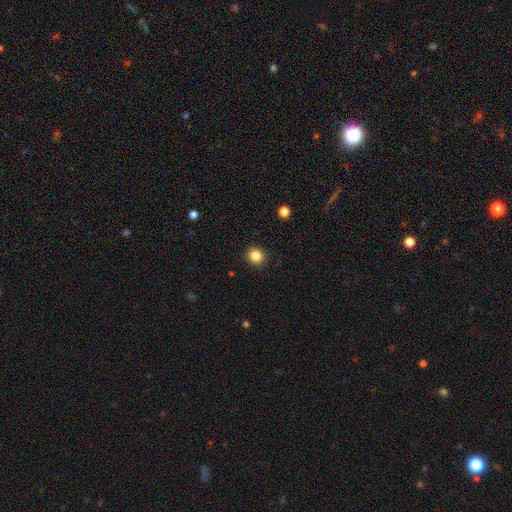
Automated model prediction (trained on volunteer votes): smooth-or-featured: smooth: 85% | star or artifact: 11% | featured or disk: 4%
  how-rounded: round: 89% | in between: 10% | cigar-shaped: 1%
  merging: none: 91% | minor disturbance: 6% | major disturbance: 2% | merger: 1%